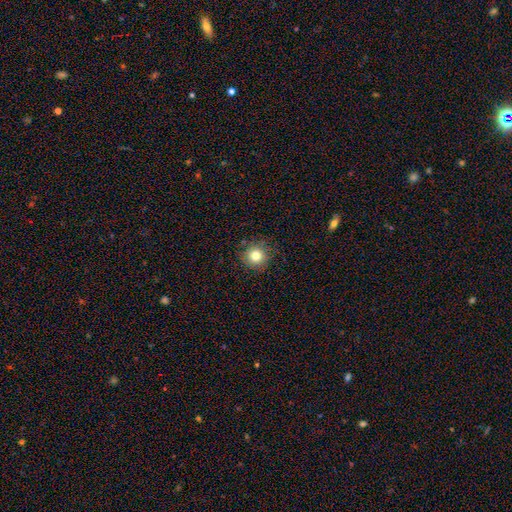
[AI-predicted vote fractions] Smooth or featured? smooth (79%)
How rounded? round (94%)
Merging? none (87%)